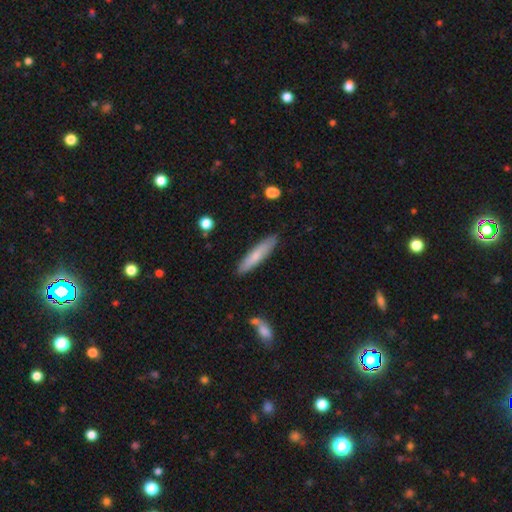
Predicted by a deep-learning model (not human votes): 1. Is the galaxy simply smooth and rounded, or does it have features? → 70% smooth, 25% featured or disk, 6% star or artifact.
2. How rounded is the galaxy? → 86% cigar-shaped, 12% in between, 1% round.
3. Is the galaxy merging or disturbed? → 87% none, 9% minor disturbance, 2% merger, 2% major disturbance.